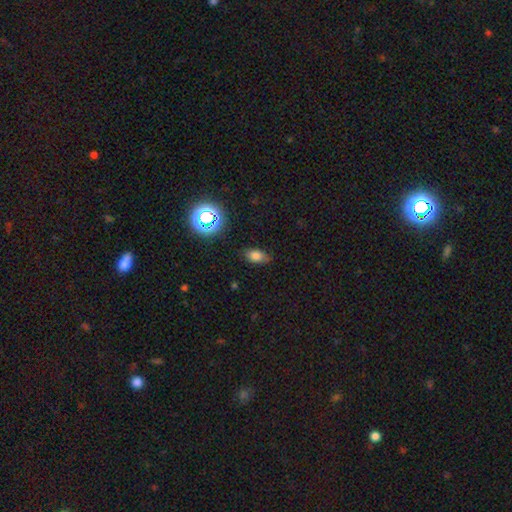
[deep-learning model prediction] Smooth or featured?
  - smooth: 75% *
  - star or artifact: 17%
  - featured or disk: 8%
How rounded?
  - in between: 87% *
  - round: 9%
  - cigar-shaped: 4%
Merging?
  - none: 81% *
  - minor disturbance: 15%
  - major disturbance: 3%
  - merger: 1%